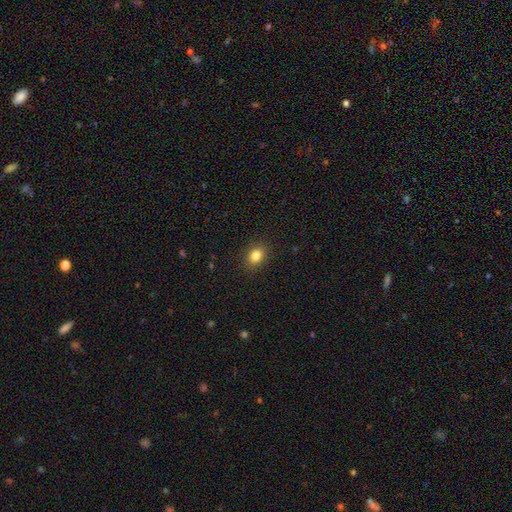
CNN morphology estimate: A smooth galaxy with no disk features (83%) that is in between round and cigar-shaped (61%).

Vote fractions:
- Smooth or featured? smooth: 83% / star or artifact: 11% / featured or disk: 7%
- How rounded? in between: 61% / round: 38% / cigar-shaped: 1%
- Merging? none: 89% / minor disturbance: 8% / major disturbance: 2% / merger: 1%